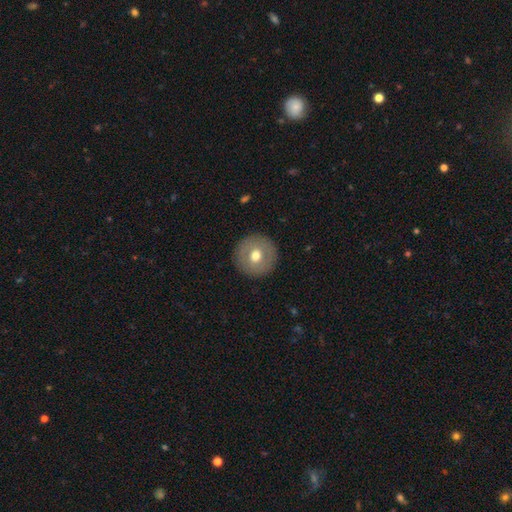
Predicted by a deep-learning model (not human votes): smooth_or_featured: smooth (p=0.63) [alt: featured or disk p=0.29]
how_rounded: round (p=0.96) [alt: in between p=0.03]
merging: none (p=0.91) [alt: minor disturbance p=0.06]